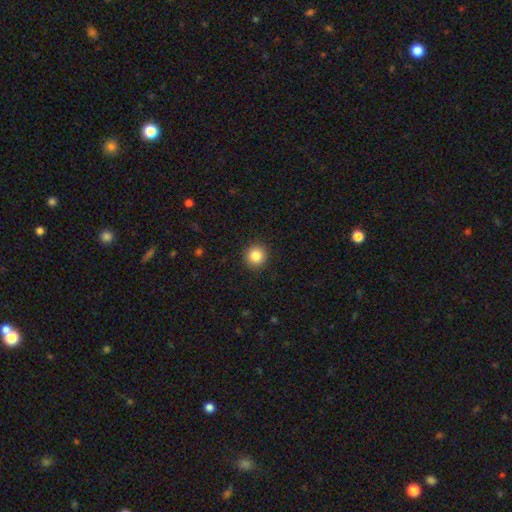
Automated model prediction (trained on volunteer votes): smooth_or_featured: smooth (p=0.85) [alt: star or artifact p=0.10]
how_rounded: round (p=0.94) [alt: in between p=0.05]
merging: none (p=0.93) [alt: minor disturbance p=0.05]